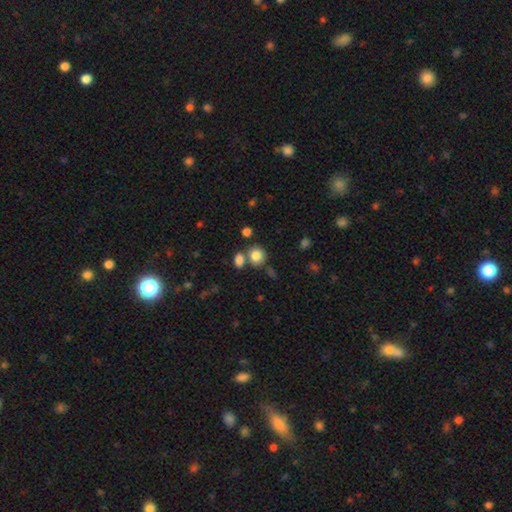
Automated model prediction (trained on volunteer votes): smooth-or-featured: smooth: 83% | star or artifact: 10% | featured or disk: 7%
  how-rounded: round: 76% | in between: 23% | cigar-shaped: 1%
  merging: none: 62% | merger: 24% | minor disturbance: 10% | major disturbance: 4%